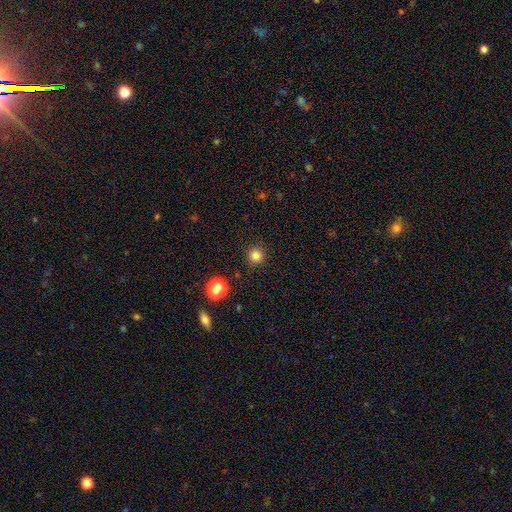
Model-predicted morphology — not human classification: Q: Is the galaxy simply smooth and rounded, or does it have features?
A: smooth — 83%.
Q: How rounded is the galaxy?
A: round — 95%.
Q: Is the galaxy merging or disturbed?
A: none — 91%.